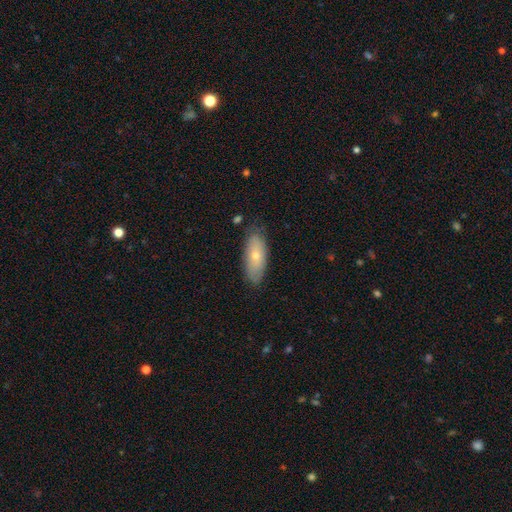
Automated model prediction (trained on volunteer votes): Smooth or featured? smooth (65%)
How rounded? in between (78%)
Merging? none (79%)